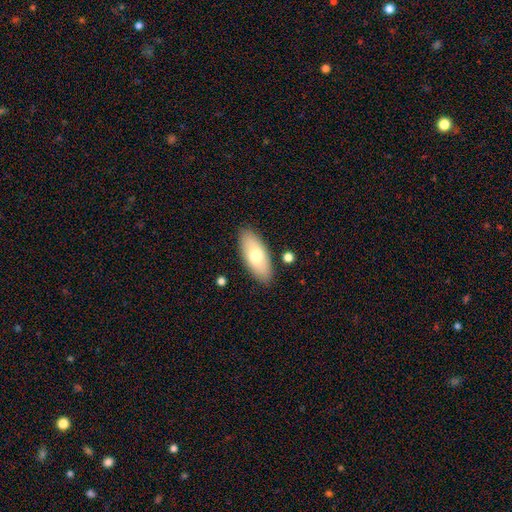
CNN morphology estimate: smooth 71%, featured or disk 23%, star or artifact 6%. Down the decision tree: how rounded — in between (85%); merging — none (86%).